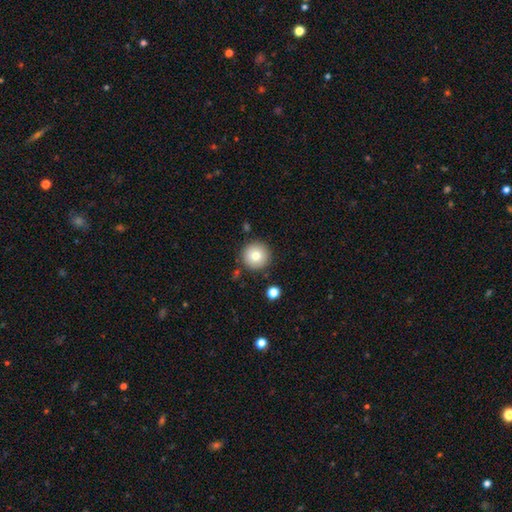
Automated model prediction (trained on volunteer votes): smooth_or_featured: smooth (p=0.78) [alt: featured or disk p=0.12]
how_rounded: round (p=0.96) [alt: in between p=0.03]
merging: none (p=0.88) [alt: minor disturbance p=0.07]